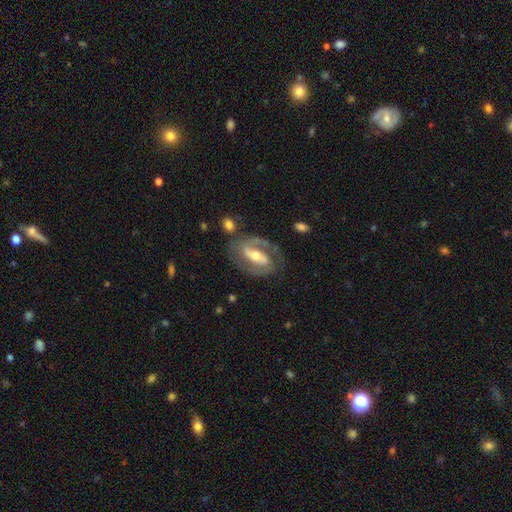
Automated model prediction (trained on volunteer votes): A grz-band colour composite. It shows a featured or disk galaxy (83%) with a strong bar (59%), 2 (82%) medium (49%) spiral arms (88%) and a moderate central bulge (62%). Merging: none (72%).